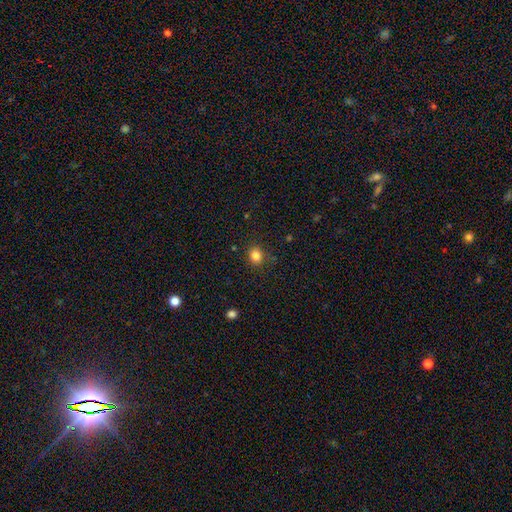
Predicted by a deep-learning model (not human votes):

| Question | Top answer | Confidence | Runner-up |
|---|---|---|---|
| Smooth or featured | smooth | 83% | star or artifact (12%) |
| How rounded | round | 77% | in between (22%) |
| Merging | none | 86% | minor disturbance (9%) |